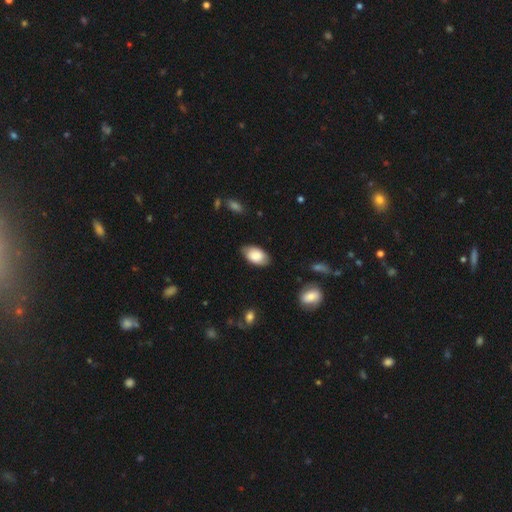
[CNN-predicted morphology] This is clearly a smooth galaxy (83%). How rounded: clearly in between (94%). Merging: likely none (80%).